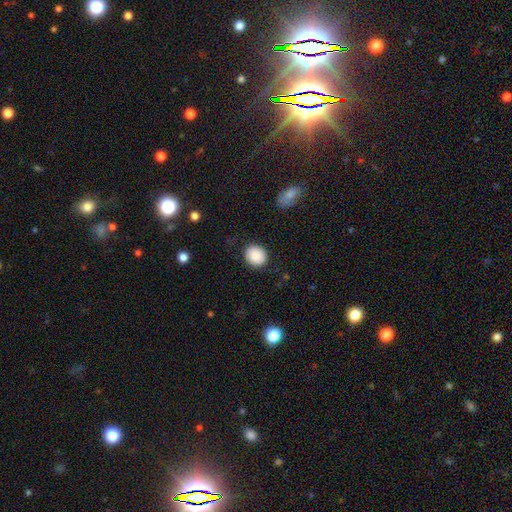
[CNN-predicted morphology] Smooth or featured? Predicted: smooth (p=0.89). How rounded? Predicted: round (p=0.72). Merging? Predicted: none (p=0.87).